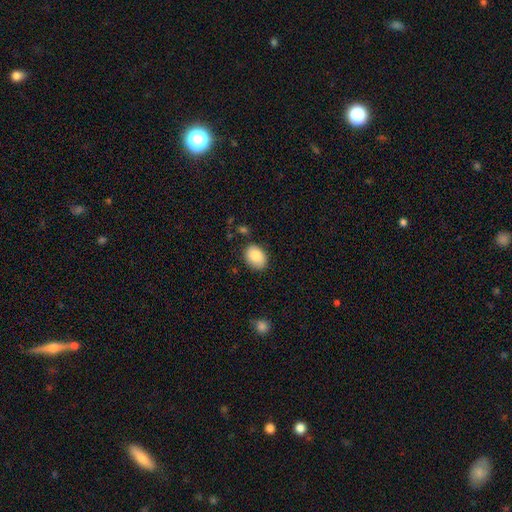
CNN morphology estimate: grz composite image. It shows a smooth galaxy with no disk features (85%) that is in between round and cigar-shaped (73%). Merging: none (82%).